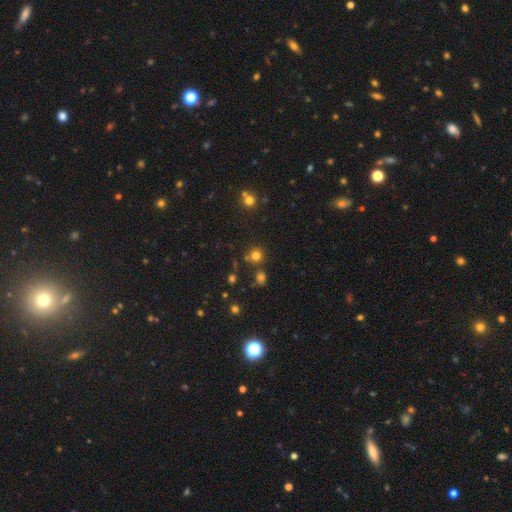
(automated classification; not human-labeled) Smooth or featured? smooth (74%)
How rounded? round (91%)
Merging? none (77%)